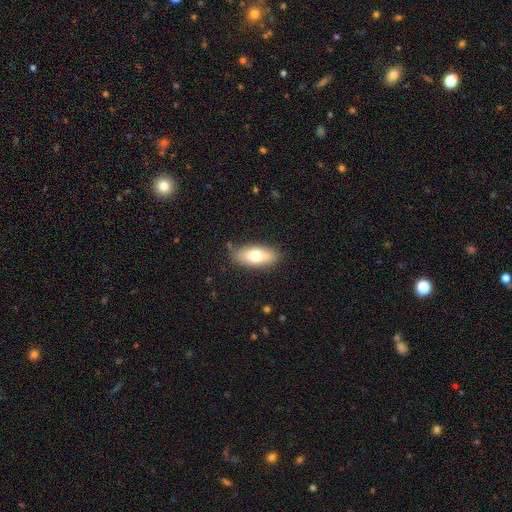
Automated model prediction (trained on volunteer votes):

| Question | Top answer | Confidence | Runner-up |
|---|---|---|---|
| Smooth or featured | smooth | 71% | featured or disk (22%) |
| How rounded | in between | 84% | cigar-shaped (13%) |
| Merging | none | 81% | minor disturbance (14%) |